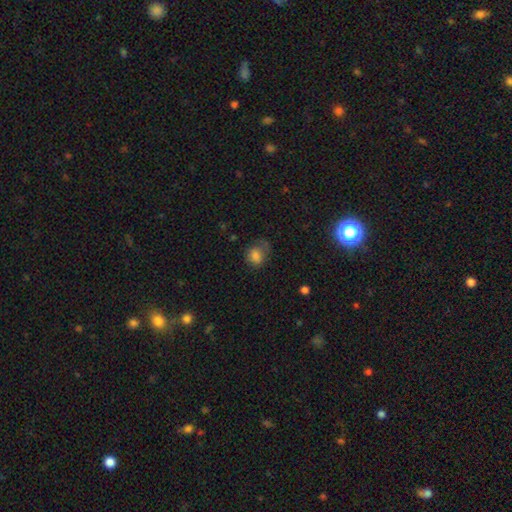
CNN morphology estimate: Overall: smooth (77%). How rounded: round (58%; in between 41%). Merging: none (47%; minor disturbance 29%).